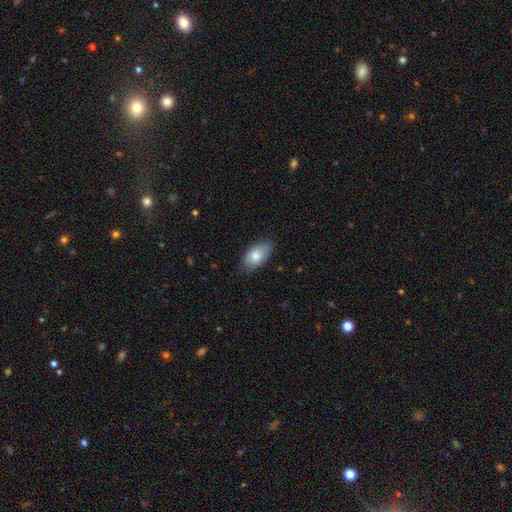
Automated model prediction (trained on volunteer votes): Q: Smooth or featured?
A: smooth (78%); runner-up: featured or disk (15%)
Q: How rounded?
A: in between (93%); runner-up: round (5%)
Q: Merging?
A: none (78%); runner-up: minor disturbance (18%)